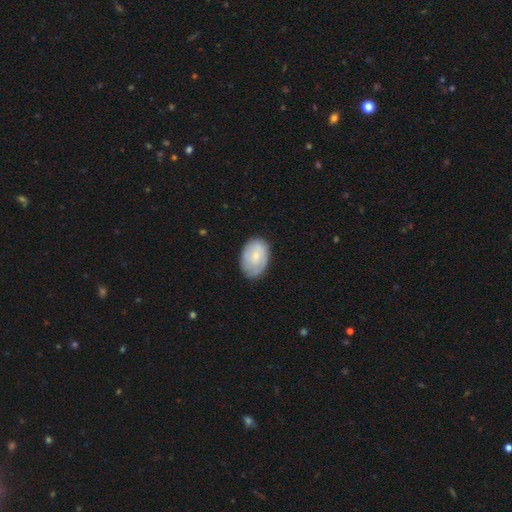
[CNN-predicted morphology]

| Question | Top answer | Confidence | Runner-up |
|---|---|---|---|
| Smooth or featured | smooth | 57% | featured or disk (37%) |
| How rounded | in between | 82% | round (17%) |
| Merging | none | 70% | minor disturbance (23%) |